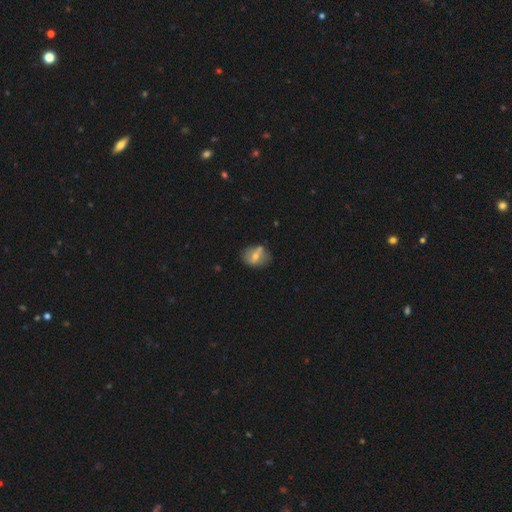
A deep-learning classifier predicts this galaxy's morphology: smooth_or_featured: smooth (p=0.49) [alt: featured or disk p=0.43]
merging: none (p=0.64) [alt: minor disturbance p=0.20]